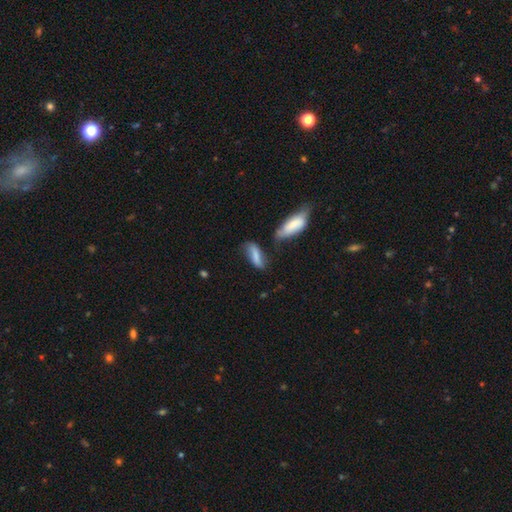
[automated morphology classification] type=smooth (64%); roundness=in between (60%); merging=none (49%).